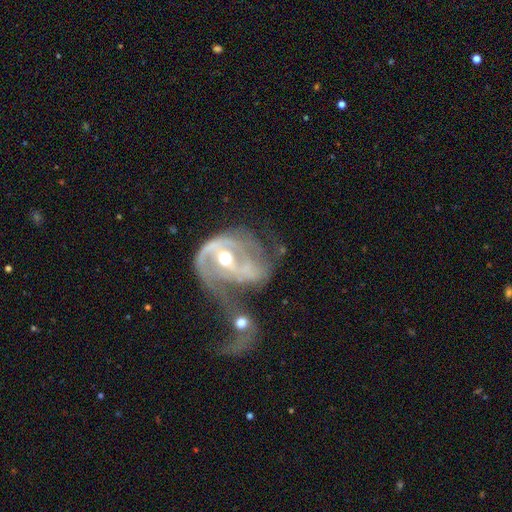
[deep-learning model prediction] This is clearly a featured or disk galaxy (83%). It is clearly not viewed edge-on (97%). Bar: marginally weak (38%). Spiral arm pattern: clearly yes (84%). Spiral arm count: possibly 2 (46%). Spiral winding: marginally medium (39%). Central bulge: likely moderate (70%). Merging: possibly merger (53%).